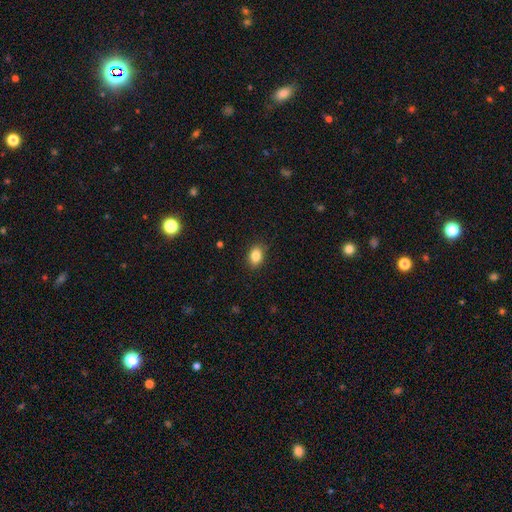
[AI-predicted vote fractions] smooth_or_featured: smooth (p=0.86) [alt: star or artifact p=0.09]
how_rounded: in between (p=0.77) [alt: round p=0.22]
merging: none (p=0.87) [alt: minor disturbance p=0.10]